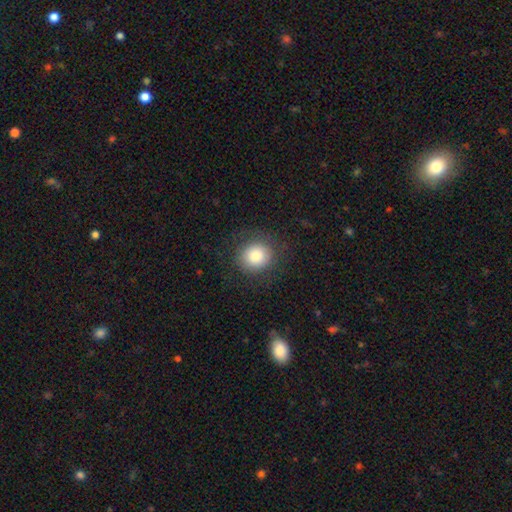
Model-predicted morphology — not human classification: This is clearly a smooth galaxy (82%). How rounded: clearly round (87%). Merging: clearly none (85%).